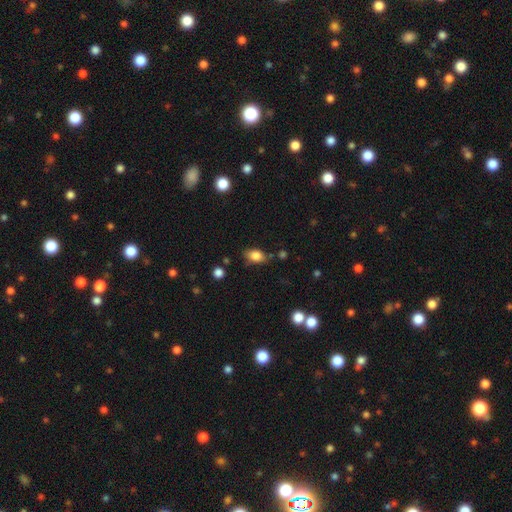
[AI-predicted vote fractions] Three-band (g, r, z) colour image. It shows a smooth galaxy with no disk features (83%) that is in between round and cigar-shaped (84%). Merging: none (73%).